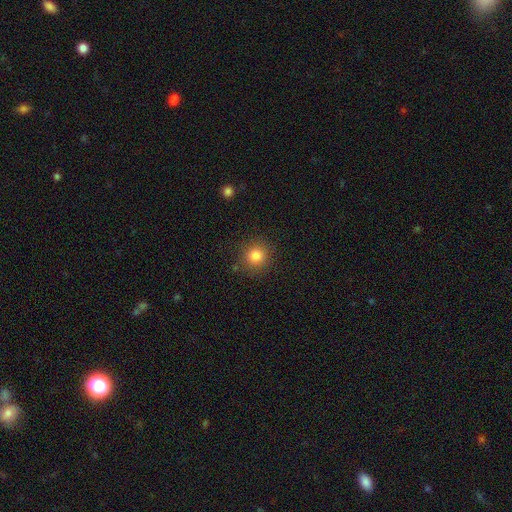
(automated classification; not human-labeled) This appears to be a smooth galaxy with no disk features (83%) that is round (91%). Merging: none (87%).